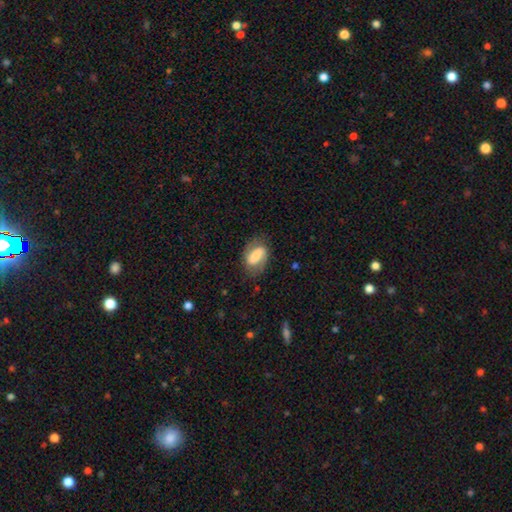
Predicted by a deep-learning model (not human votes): smooth_or_featured: featured or disk (p=0.54) [alt: smooth p=0.39]
disk_edge_on: no (p=0.94) [alt: yes p=0.06]
bar: strong (p=0.48) [alt: weak p=0.34]
has_spiral_arms: yes (p=0.81) [alt: no p=0.19]
bulge_size: moderate (p=0.39) [alt: small p=0.26]
merging: none (p=0.73) [alt: minor disturbance p=0.18]